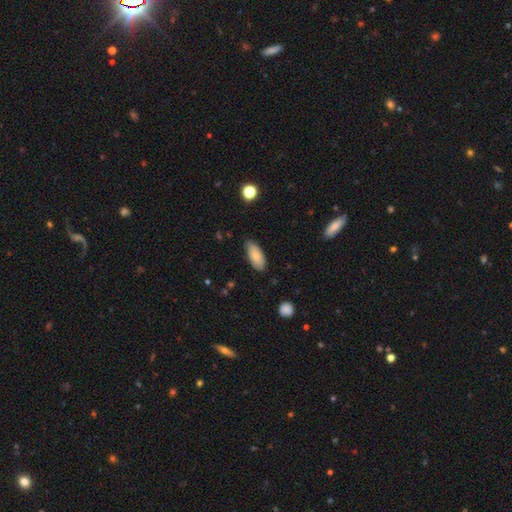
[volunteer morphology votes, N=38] smooth-or-featured: smooth: 79% | featured or disk: 18% | star or artifact: 3%
  how-rounded: in between: 77% | cigar-shaped: 17% | round: 7%
  merging: none: 78% | minor disturbance: 19% | major disturbance: 3% | merger: 0%